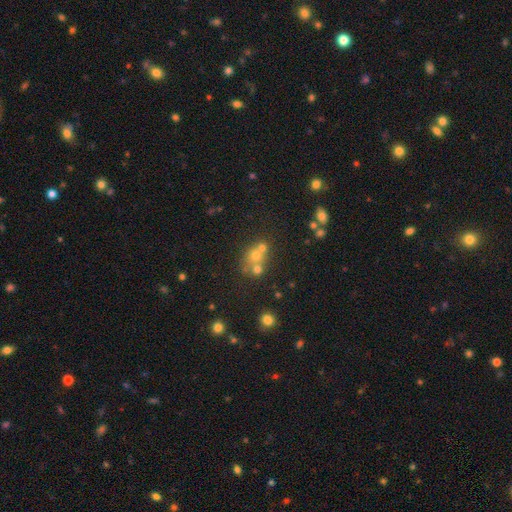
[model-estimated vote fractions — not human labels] smooth 55%, star or artifact 25%, featured or disk 21%. Down the decision tree: how rounded — round (76%); merging — merger (46%).